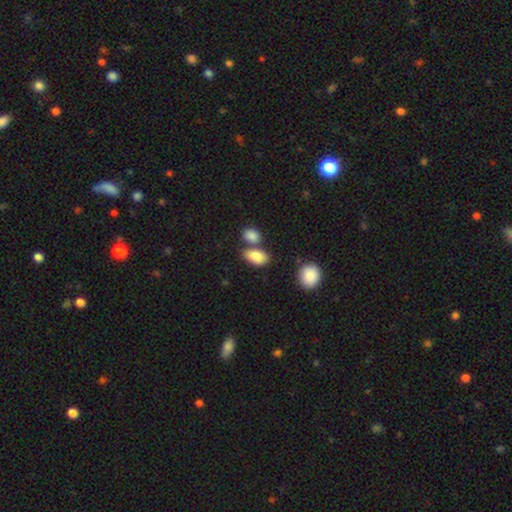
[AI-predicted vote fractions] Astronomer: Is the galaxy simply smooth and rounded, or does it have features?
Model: smooth — 85%.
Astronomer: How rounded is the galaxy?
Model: in between — 88%.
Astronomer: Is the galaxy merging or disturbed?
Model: none — 54%.